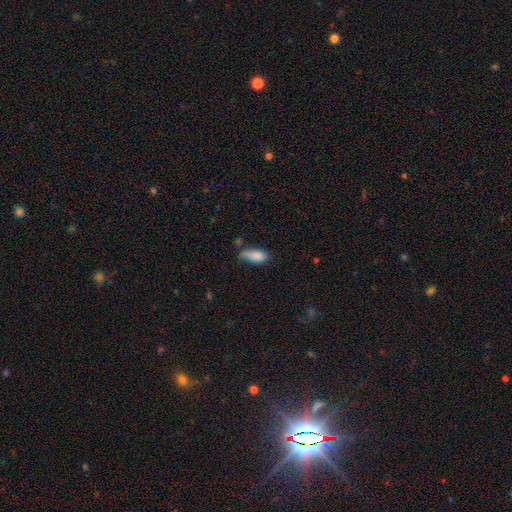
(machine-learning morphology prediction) Smooth or featured? Predicted: smooth (p=0.85). How rounded? Predicted: in between (p=0.78). Merging? Predicted: none (p=0.46).